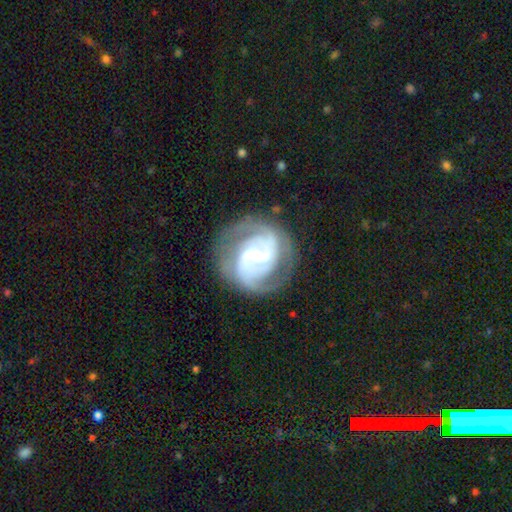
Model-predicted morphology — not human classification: The model was most divided on "spiral winding": tight: 46%, medium: 43%, loose: 11%. Remaining: edge-on disk — no (98%); spiral arms — yes (96%); smooth or featured — featured or disk (87%); merging — none (74%); bulge size — small (65%); spiral arm count — 2 (63%); bar — weak (46%).